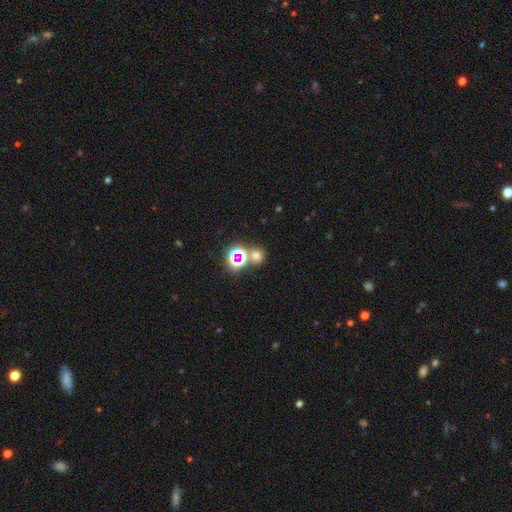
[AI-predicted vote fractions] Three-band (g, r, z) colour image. It shows a smooth galaxy with no disk features (57%) that is round (83%). Merging: none (68%).